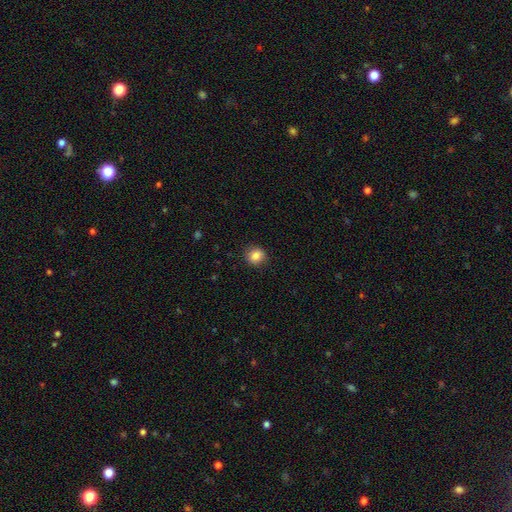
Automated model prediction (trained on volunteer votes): Smooth or featured? Predicted: smooth (p=0.84). How rounded? Predicted: round (p=0.82). Merging? Predicted: none (p=0.89).